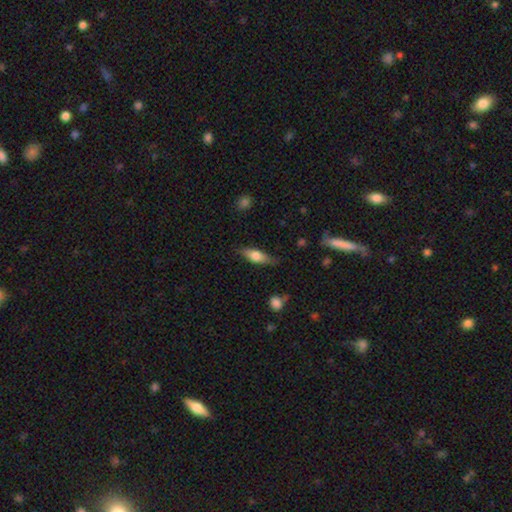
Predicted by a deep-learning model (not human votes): Q: Smooth or featured?
A: smooth (62%); runner-up: featured or disk (31%)
Q: How rounded?
A: in between (57%); runner-up: cigar-shaped (40%)
Q: Merging?
A: none (76%); runner-up: minor disturbance (18%)